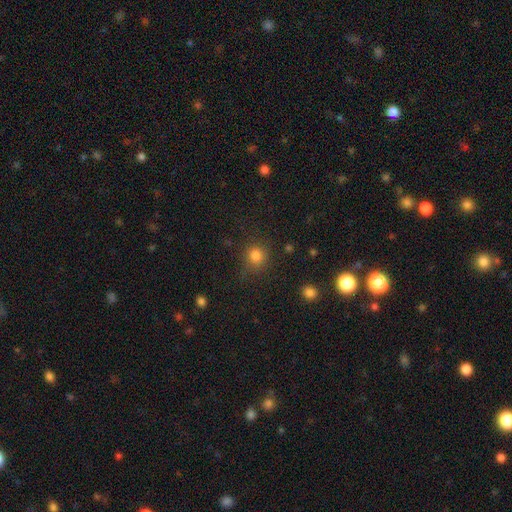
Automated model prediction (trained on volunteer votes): smooth_or_featured: smooth (p=0.81) [alt: star or artifact p=0.14]
how_rounded: round (p=0.89) [alt: in between p=0.10]
merging: none (p=0.80) [alt: minor disturbance p=0.13]